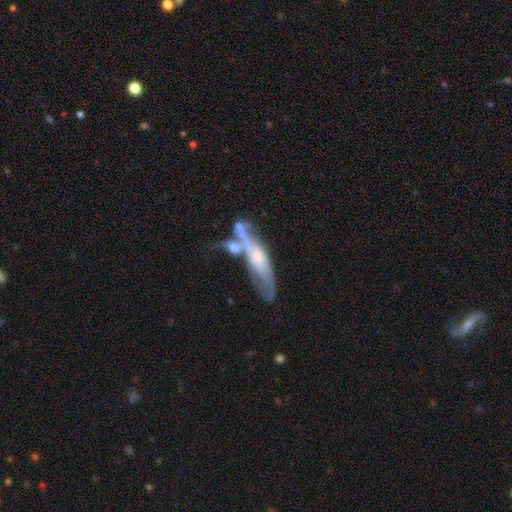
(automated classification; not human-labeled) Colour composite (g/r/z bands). It shows a featured or disk galaxy (62%). Merging: merger (40%).